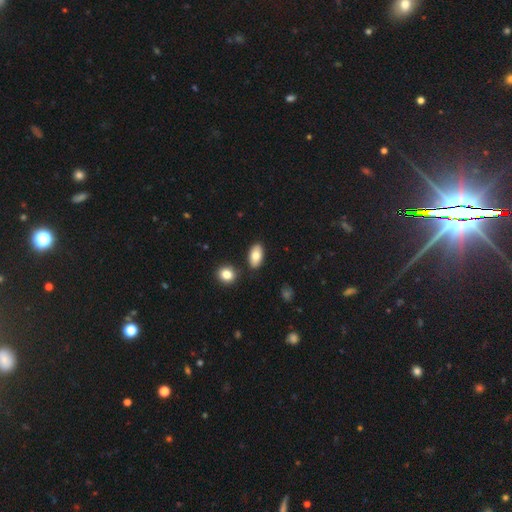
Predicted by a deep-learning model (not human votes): Smooth or featured? Predicted: smooth (p=0.80). How rounded? Predicted: in between (p=0.93). Merging? Predicted: none (p=0.84).